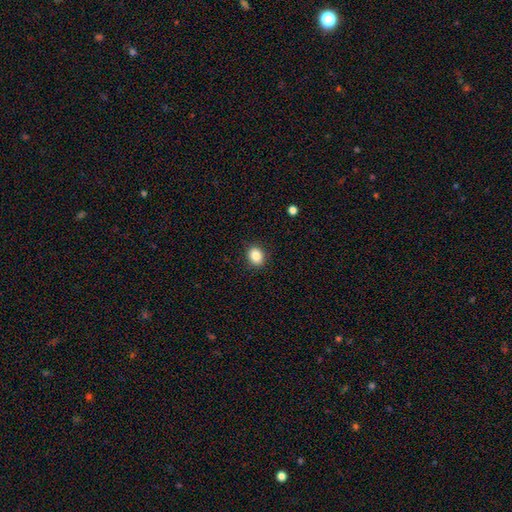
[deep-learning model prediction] smooth-or-featured: smooth: 86% | star or artifact: 9% | featured or disk: 5%
  how-rounded: round: 53% | in between: 46% | cigar-shaped: 1%
  merging: none: 89% | minor disturbance: 8% | major disturbance: 2% | merger: 1%